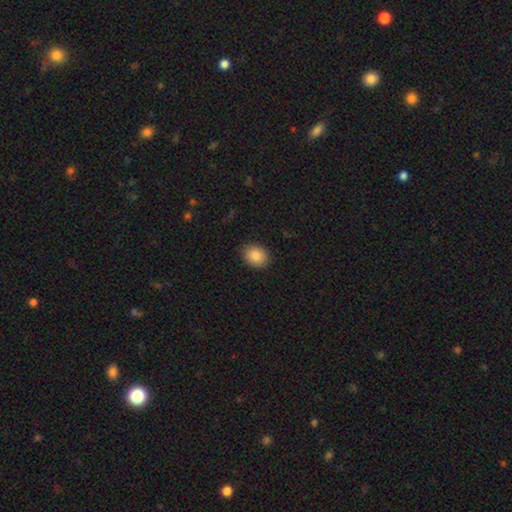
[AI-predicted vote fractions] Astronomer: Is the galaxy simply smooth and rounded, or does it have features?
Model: smooth — 88%.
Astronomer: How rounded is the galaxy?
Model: round — 50% (runner-up: in between, 49%).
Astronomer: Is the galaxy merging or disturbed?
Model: none — 85%.